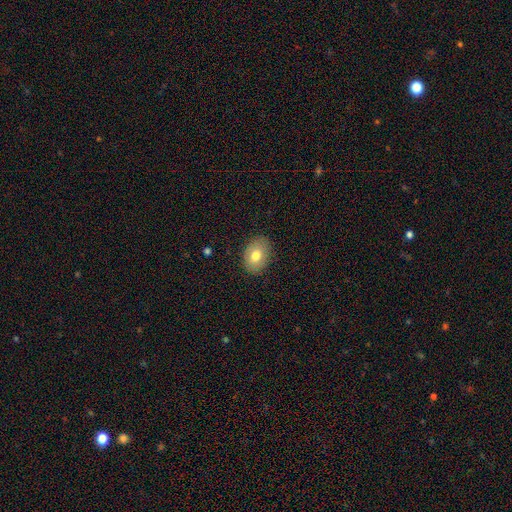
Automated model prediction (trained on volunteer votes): Smooth or featured? smooth (76%)
How rounded? in between (78%)
Merging? none (86%)